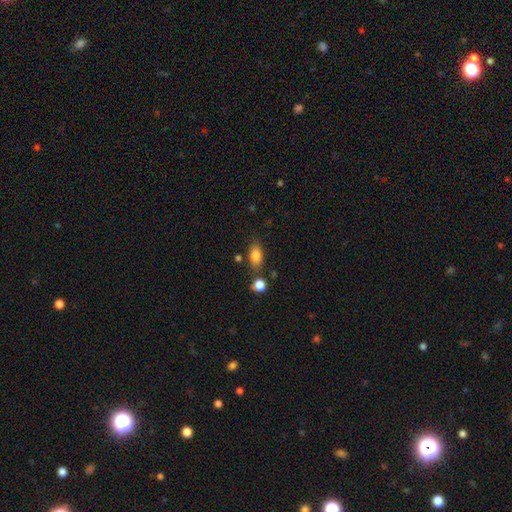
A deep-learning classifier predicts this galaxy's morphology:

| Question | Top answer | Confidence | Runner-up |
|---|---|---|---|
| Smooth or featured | smooth | 81% | featured or disk (10%) |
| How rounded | in between | 84% | round (10%) |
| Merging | none | 74% | minor disturbance (14%) |